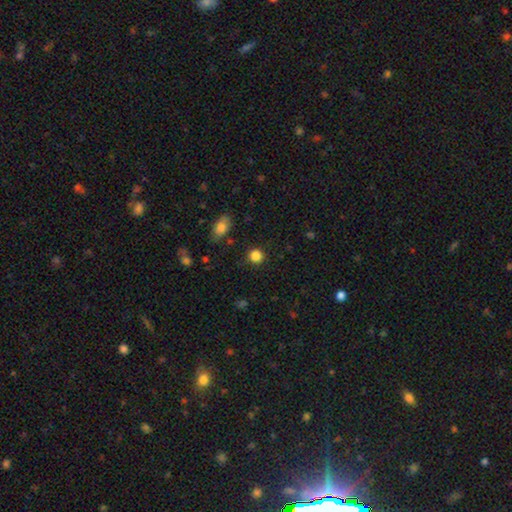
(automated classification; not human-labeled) Smooth or featured? Predicted: smooth (p=0.85). How rounded? Predicted: round (p=0.90). Merging? Predicted: none (p=0.87).